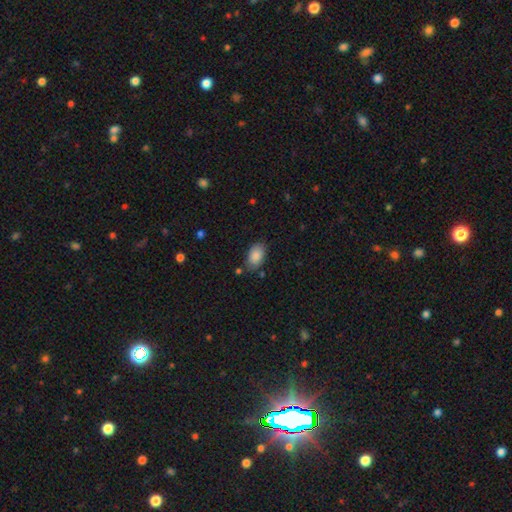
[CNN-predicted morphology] This is clearly a smooth galaxy (87%). How rounded: clearly in between (92%). Merging: likely none (79%).